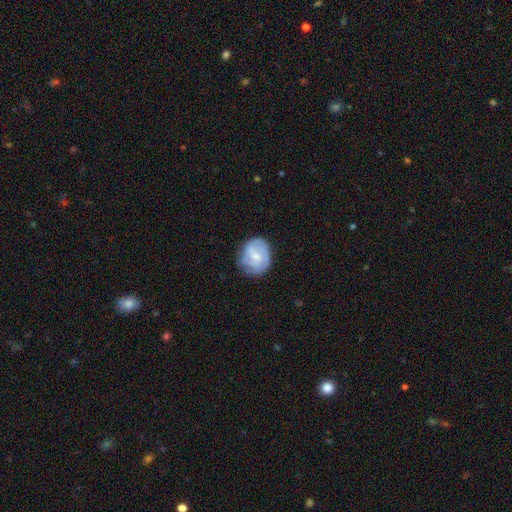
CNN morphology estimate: This appears to be a featured or disk galaxy (59%) with no bar (59%), spiral arms (84%) and a small central bulge (58%). Merging: none (68%).